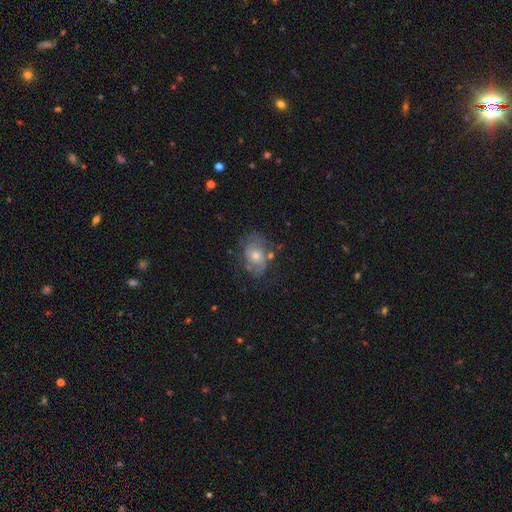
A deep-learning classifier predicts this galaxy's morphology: Q: Smooth or featured?
A: featured or disk (62%); runner-up: smooth (26%)
Q: Edge-on disk?
A: no (96%); runner-up: yes (4%)
Q: Bar?
A: no (76%); runner-up: weak (20%)
Q: Spiral arms?
A: yes (76%); runner-up: no (24%)
Q: Bulge size?
A: moderate (53%); runner-up: small (39%)
Q: Merging?
A: none (63%); runner-up: minor disturbance (22%)